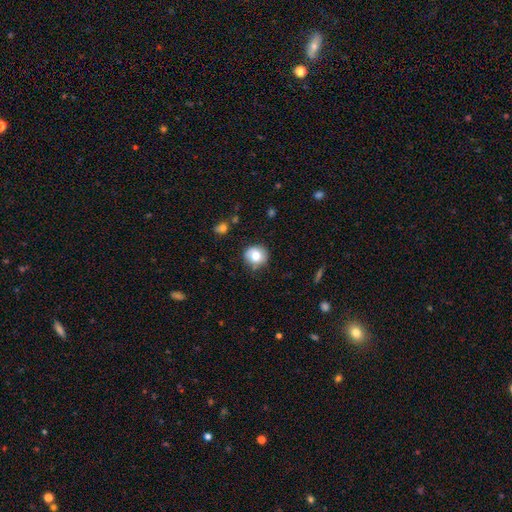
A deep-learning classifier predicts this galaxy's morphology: Smooth or featured?
  - smooth: 77% *
  - featured or disk: 14%
  - star or artifact: 10%
How rounded?
  - round: 89% *
  - in between: 10%
  - cigar-shaped: 1%
Merging?
  - none: 81% *
  - minor disturbance: 14%
  - major disturbance: 3%
  - merger: 2%